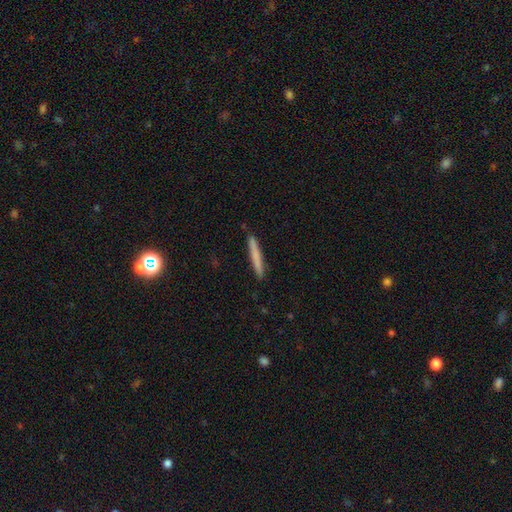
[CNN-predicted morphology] smooth_or_featured: smooth (p=0.70) [alt: featured or disk p=0.23]
how_rounded: cigar-shaped (p=0.96) [alt: in between p=0.02]
merging: none (p=0.90) [alt: minor disturbance p=0.07]